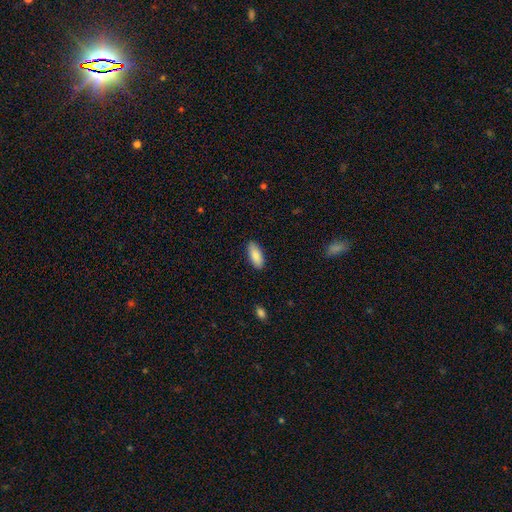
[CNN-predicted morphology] The model was most divided on "how rounded": in between: 81%, cigar-shaped: 17%, round: 2%. More confident: merging — none (88%); smooth or featured — smooth (88%).